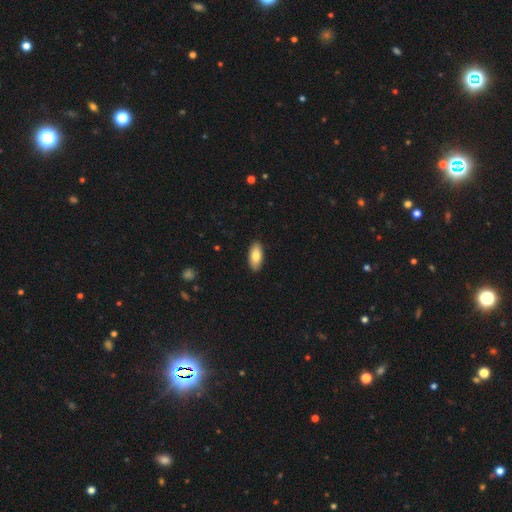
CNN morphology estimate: smooth 82%, featured or disk 12%, star or artifact 6%. Down the decision tree: how rounded — in between (89%); merging — none (90%).